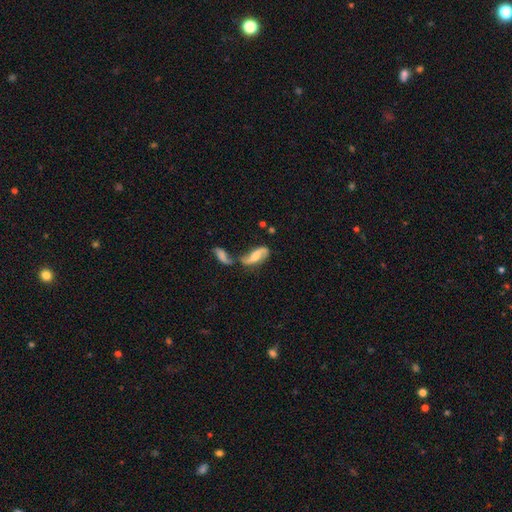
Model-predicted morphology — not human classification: featured or disk 67%, smooth 25%, star or artifact 7%. Down the decision tree: edge-on disk — no (89%); bar — no (46%); spiral arms — yes (88%); spiral arm count — 2 (87%); spiral winding — loose (74%); bulge size — moderate (47%); merging — merger (44%).